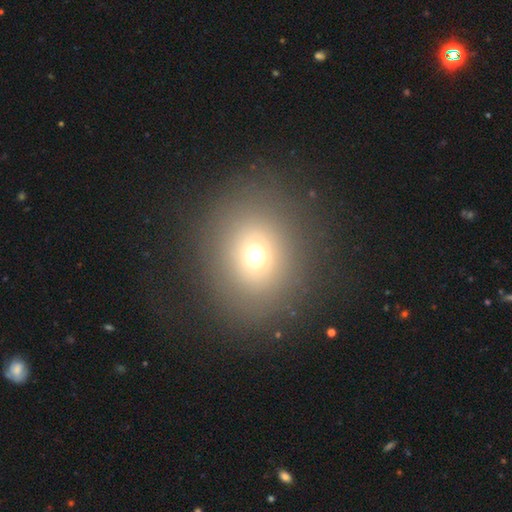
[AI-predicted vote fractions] Smooth or featured?
  - smooth: 66% *
  - star or artifact: 19%
  - featured or disk: 15%
How rounded?
  - round: 71% *
  - in between: 28%
  - cigar-shaped: 1%
Merging?
  - none: 84% *
  - minor disturbance: 9%
  - major disturbance: 6%
  - merger: 1%